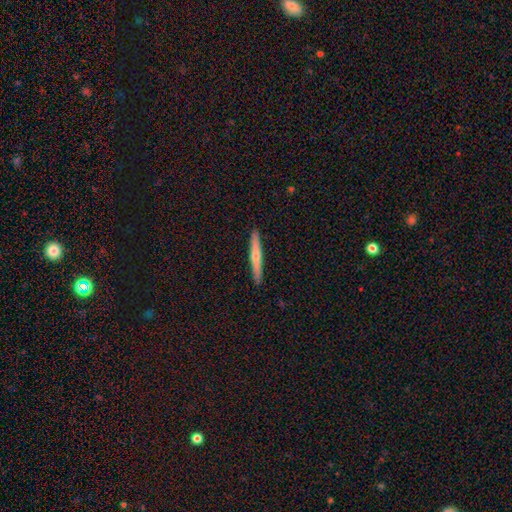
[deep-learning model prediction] This is possibly a featured or disk galaxy (58%). It is clearly viewed edge-on (97%). Edge-on bulge: likely rounded (78%). Merging: clearly none (92%).